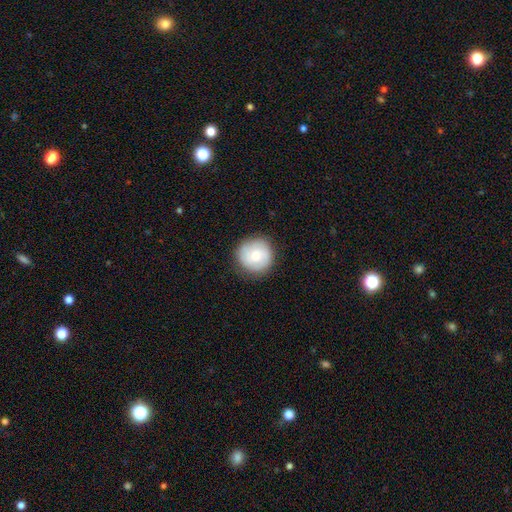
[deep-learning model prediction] Smooth or featured: smooth — 65% (featured or disk — 27%)
How rounded: round — 94% (in between — 5%)
Merging: none — 85% (minor disturbance — 11%)